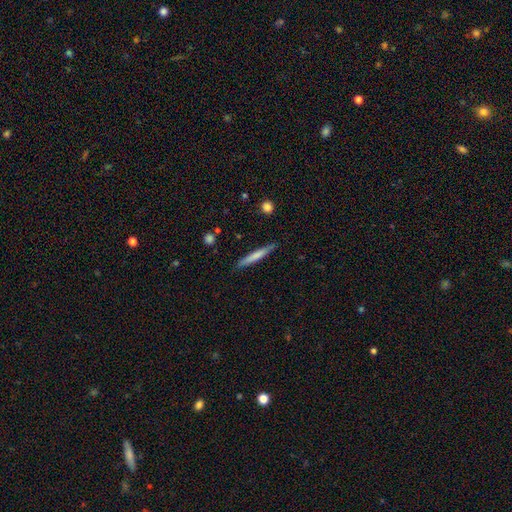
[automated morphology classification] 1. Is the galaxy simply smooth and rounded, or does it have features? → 64% smooth, 30% featured or disk, 6% star or artifact.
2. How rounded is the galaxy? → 95% cigar-shaped, 3% in between, 1% round.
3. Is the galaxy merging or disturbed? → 87% none, 10% minor disturbance, 2% major disturbance, 1% merger.